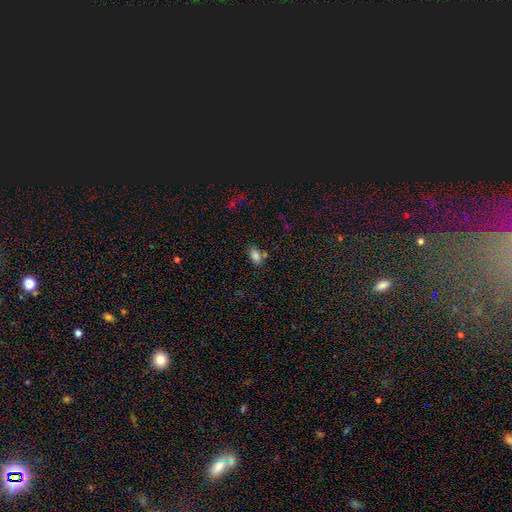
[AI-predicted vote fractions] smooth_or_featured: smooth (p=0.82) [alt: star or artifact p=0.12]
how_rounded: in between (p=0.89) [alt: round p=0.06]
merging: none (p=0.65) [alt: minor disturbance p=0.16]